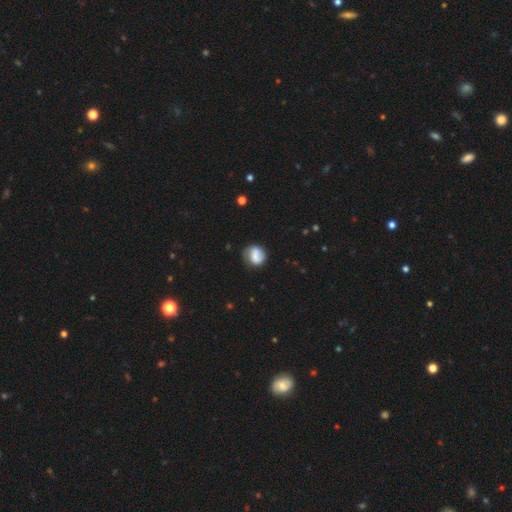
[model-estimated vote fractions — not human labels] Smooth or featured? smooth (58%)
How rounded? round (75%)
Merging? none (61%)